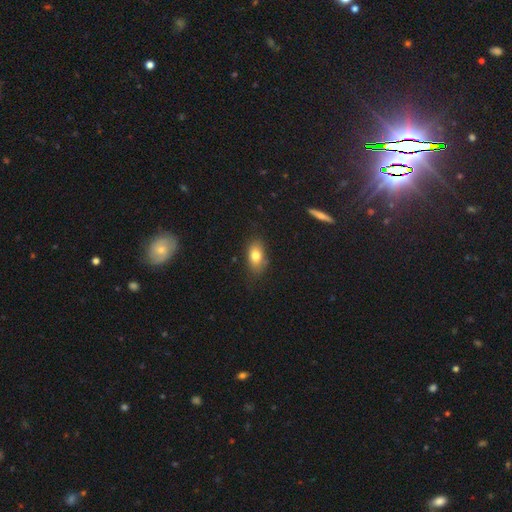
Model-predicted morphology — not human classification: Smooth or featured? smooth (78%)
How rounded? in between (85%)
Merging? none (77%)